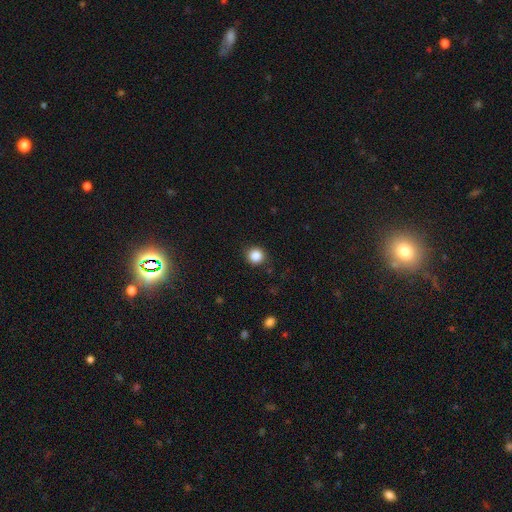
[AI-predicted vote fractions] smooth_or_featured: smooth (p=0.86) [alt: star or artifact p=0.11]
how_rounded: round (p=0.93) [alt: in between p=0.06]
merging: none (p=0.90) [alt: minor disturbance p=0.07]